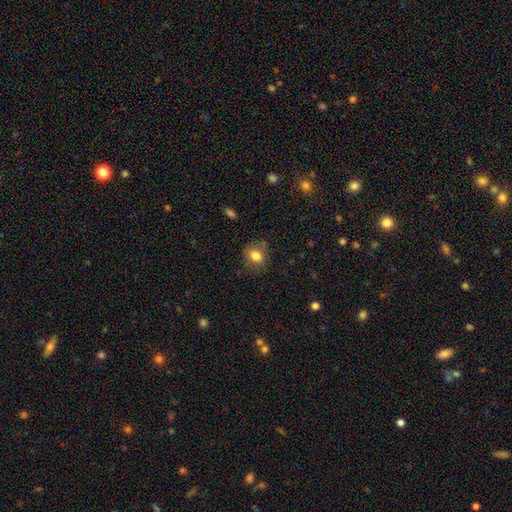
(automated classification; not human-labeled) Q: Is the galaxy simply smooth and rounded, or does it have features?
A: smooth — 80%.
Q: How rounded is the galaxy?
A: round — 61%.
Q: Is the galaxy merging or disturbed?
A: none — 73%.